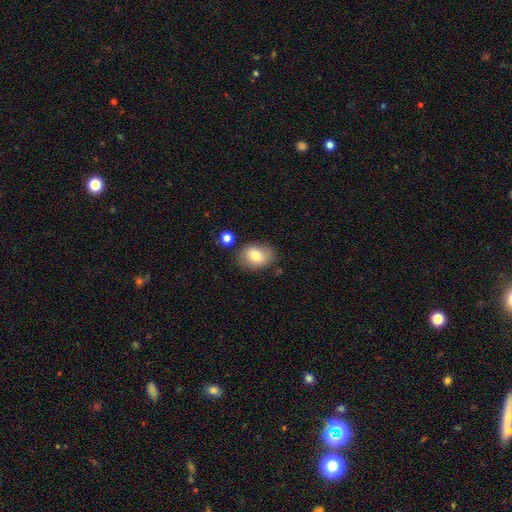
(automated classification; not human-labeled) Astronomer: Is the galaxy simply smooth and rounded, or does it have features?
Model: smooth — 77%.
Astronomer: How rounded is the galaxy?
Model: in between — 70%.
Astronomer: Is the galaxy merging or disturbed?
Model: none — 74%.